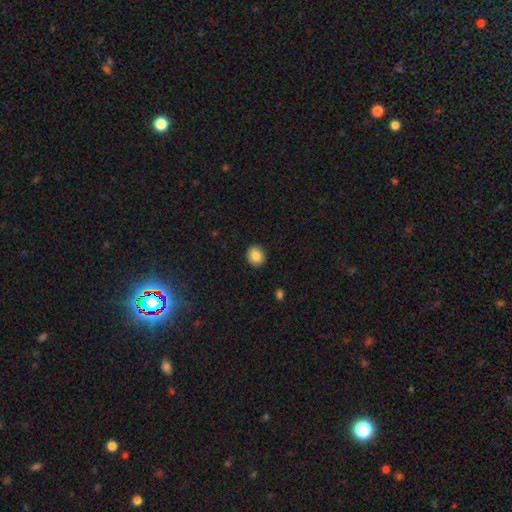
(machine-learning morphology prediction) Smooth or featured? smooth (85%)
How rounded? round (77%)
Merging? none (91%)